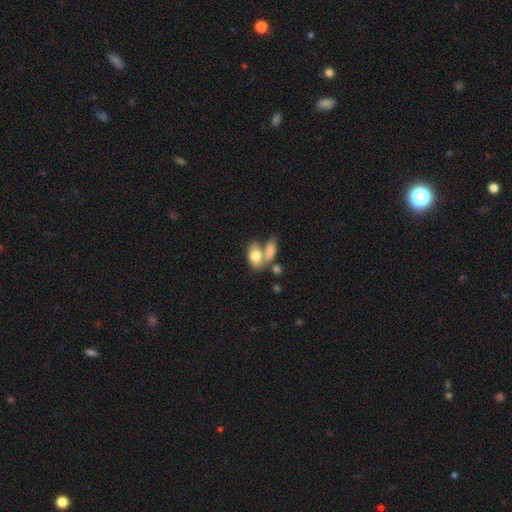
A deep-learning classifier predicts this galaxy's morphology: Smooth or featured: smooth — 76% (featured or disk — 16%)
How rounded: in between — 87% (round — 11%)
Merging: merger — 50% (none — 32%)